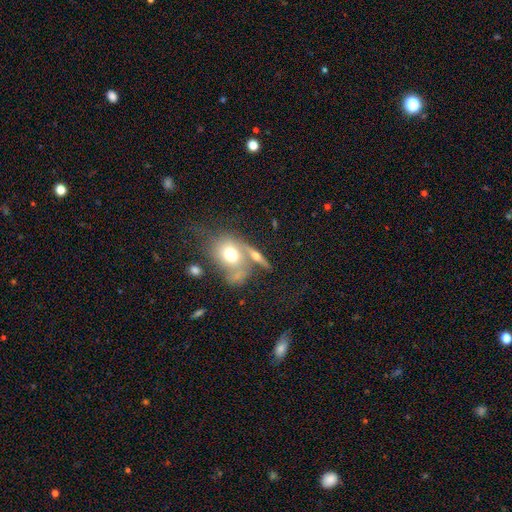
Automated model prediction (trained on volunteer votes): smooth 45%, featured or disk 44%, star or artifact 10%. Down the decision tree: merging — none (44%).